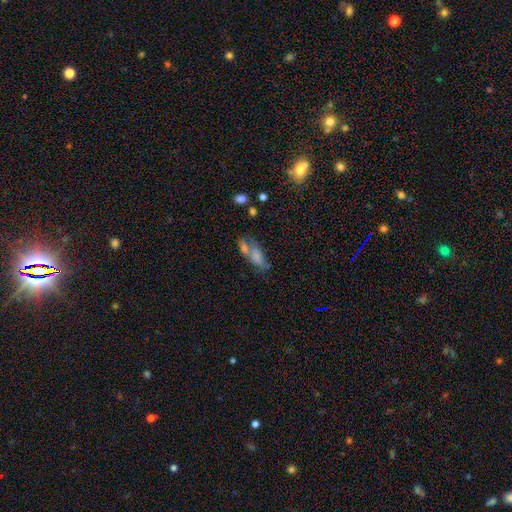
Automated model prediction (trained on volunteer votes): Smooth or featured: smooth — 68% (featured or disk — 23%)
How rounded: in between — 74% (cigar-shaped — 21%)
Merging: merger — 45% (none — 31%)